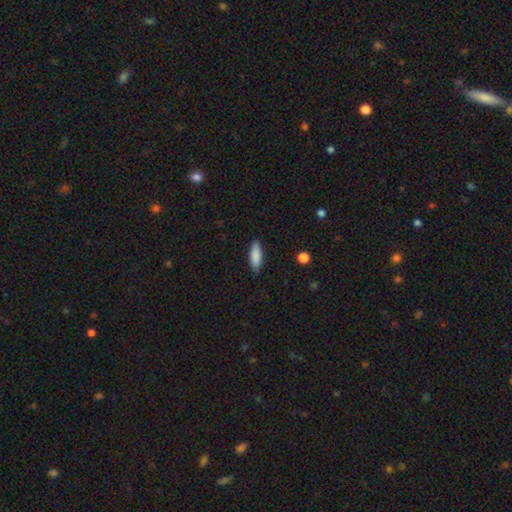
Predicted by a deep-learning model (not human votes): smooth 86%, featured or disk 8%, star or artifact 6%. Down the decision tree: how rounded — in between (54%); merging — none (86%).